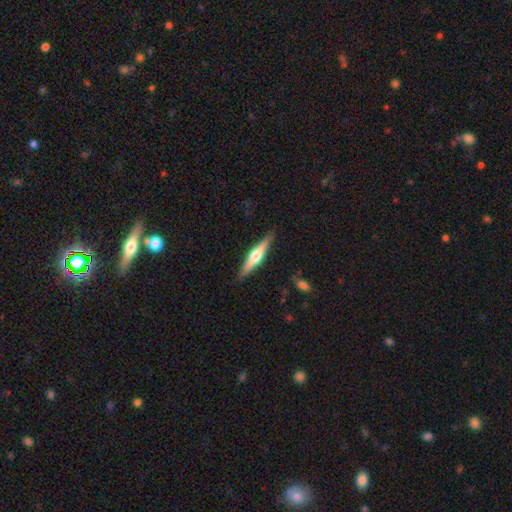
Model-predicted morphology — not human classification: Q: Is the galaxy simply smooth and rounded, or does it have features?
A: featured or disk — 66%.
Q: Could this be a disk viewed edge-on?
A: yes — 97%.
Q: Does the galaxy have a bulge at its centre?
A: rounded — 92%.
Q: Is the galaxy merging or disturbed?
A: none — 89%.